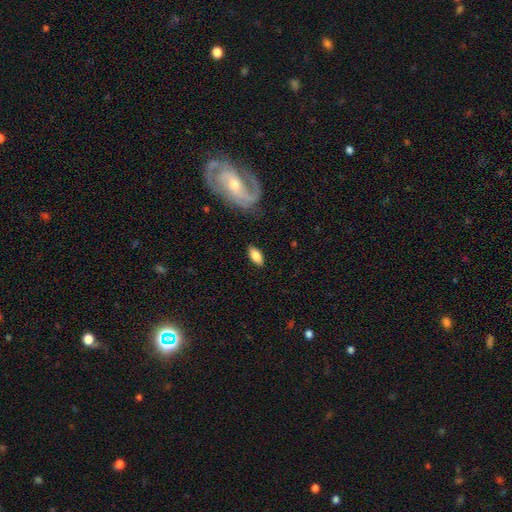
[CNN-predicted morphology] Smooth or featured? smooth (78%)
How rounded? in between (87%)
Merging? none (84%)